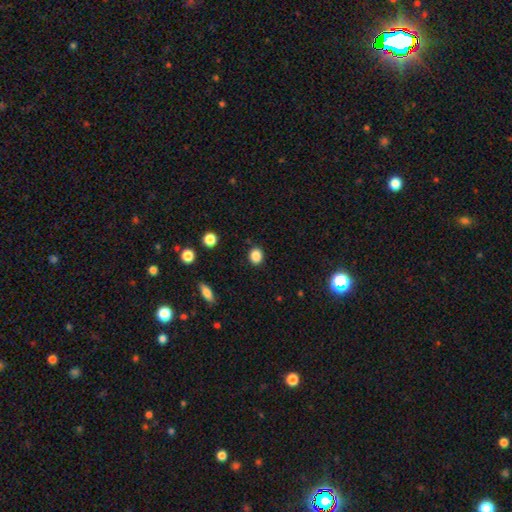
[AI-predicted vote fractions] smooth-or-featured: smooth: 86% | star or artifact: 11% | featured or disk: 3%
  how-rounded: round: 62% | in between: 37% | cigar-shaped: 1%
  merging: none: 88% | minor disturbance: 8% | major disturbance: 2% | merger: 1%